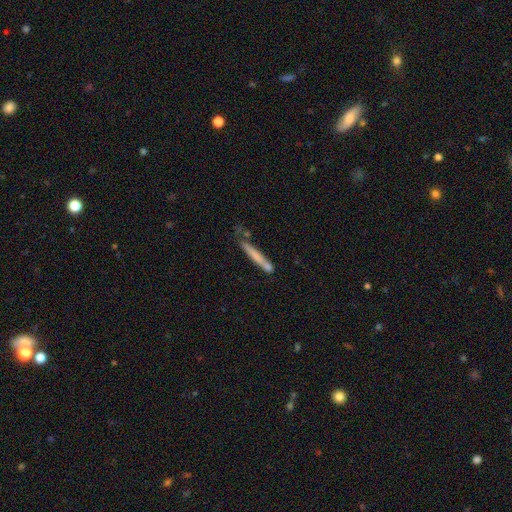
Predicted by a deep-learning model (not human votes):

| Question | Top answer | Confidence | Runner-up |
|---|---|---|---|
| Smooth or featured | smooth | 66% | featured or disk (27%) |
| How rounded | cigar-shaped | 95% | in between (3%) |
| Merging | none | 66% | minor disturbance (18%) |